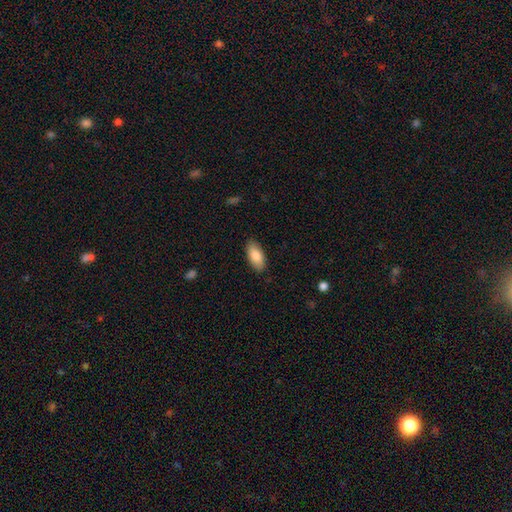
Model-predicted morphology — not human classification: smooth-or-featured: smooth: 85% | featured or disk: 9% | star or artifact: 6%
  how-rounded: in between: 88% | cigar-shaped: 10% | round: 2%
  merging: none: 87% | minor disturbance: 10% | major disturbance: 2% | merger: 1%